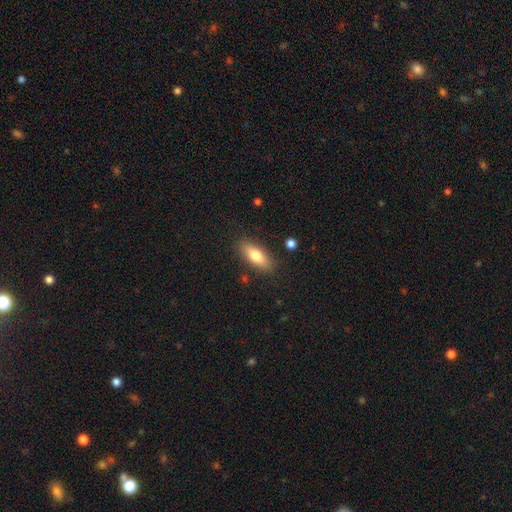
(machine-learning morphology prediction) A smooth galaxy with no disk features (75%) that is in between round and cigar-shaped (71%). Merging: none (85%).